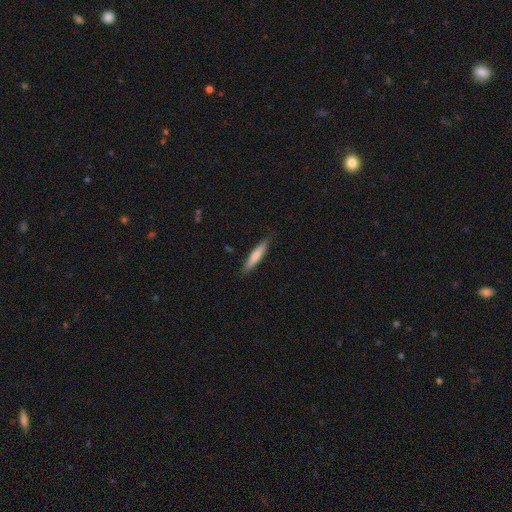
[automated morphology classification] smooth 70%, featured or disk 24%, star or artifact 5%. Down the decision tree: how rounded — cigar-shaped (90%); merging — none (87%).